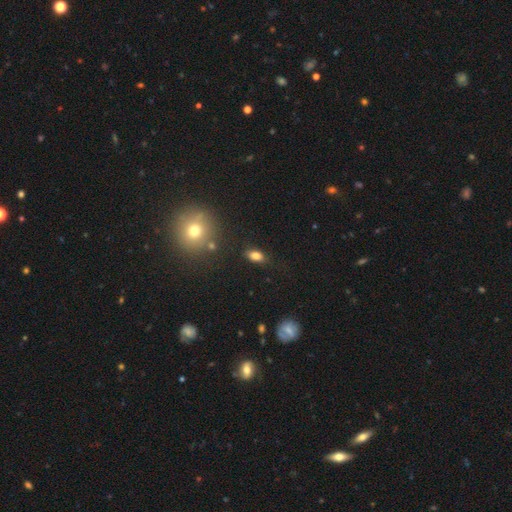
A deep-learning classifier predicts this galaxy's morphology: smooth-or-featured: smooth: 81% | star or artifact: 11% | featured or disk: 8%
  how-rounded: in between: 86% | round: 9% | cigar-shaped: 5%
  merging: none: 80% | minor disturbance: 14% | major disturbance: 4% | merger: 3%